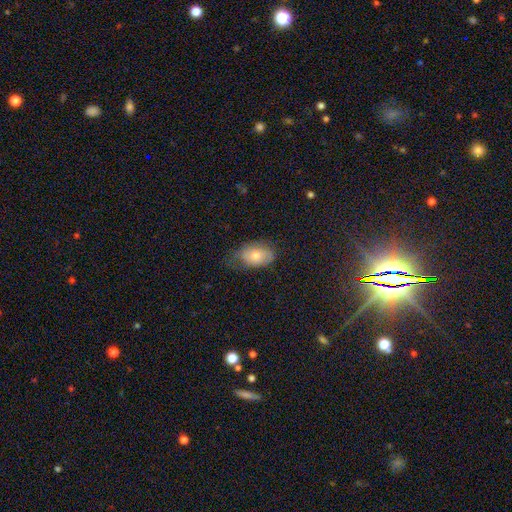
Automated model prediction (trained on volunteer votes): smooth 73%, featured or disk 20%, star or artifact 8%. Down the decision tree: how rounded — in between (89%); merging — none (51%).